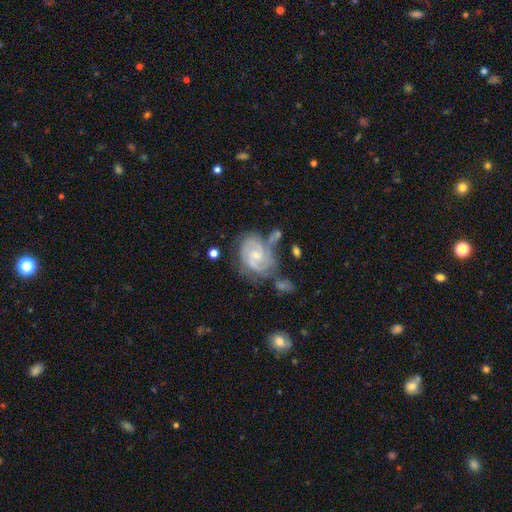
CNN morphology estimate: The model was most divided on "bar": no: 52%, weak: 41%, strong: 7%. Remaining: edge-on disk — no (98%); spiral arms — yes (96%); smooth or featured — featured or disk (85%); bulge size — small (60%); spiral arm count — 2 (59%); spiral winding — tight (55%); merging — none (47%).